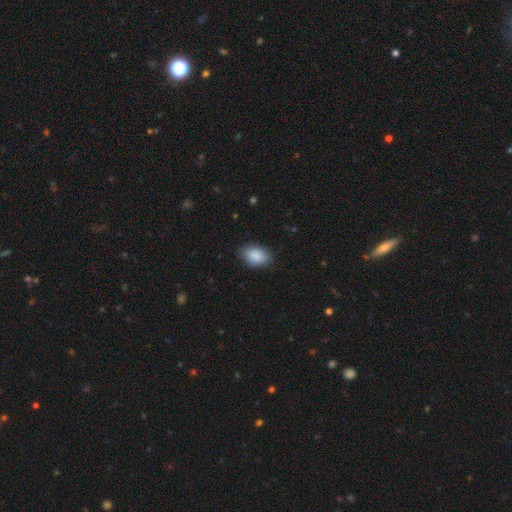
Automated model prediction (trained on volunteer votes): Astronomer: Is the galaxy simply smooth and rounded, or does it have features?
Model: smooth — 89%.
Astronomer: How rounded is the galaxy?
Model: in between — 88%.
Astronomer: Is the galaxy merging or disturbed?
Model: none — 83%.